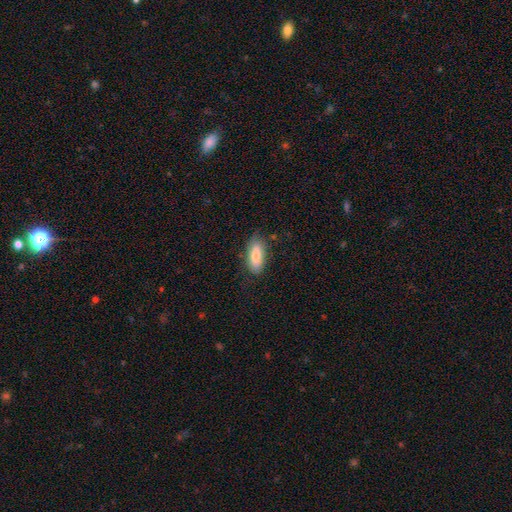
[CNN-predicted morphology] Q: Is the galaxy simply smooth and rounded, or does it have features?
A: smooth — 77%.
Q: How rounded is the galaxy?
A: in between — 84%.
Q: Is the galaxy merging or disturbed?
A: none — 76%.